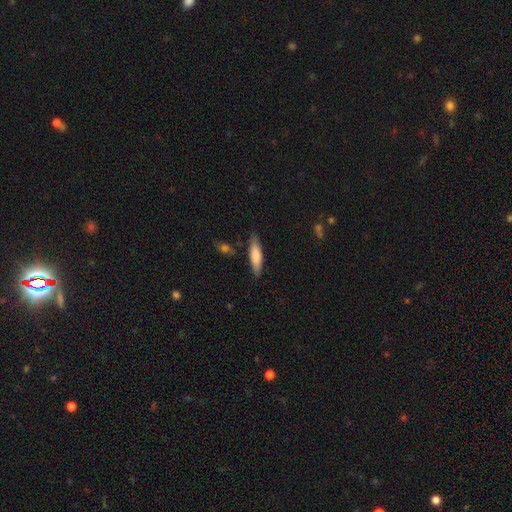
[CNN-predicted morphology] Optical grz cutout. It shows a smooth galaxy with no disk features (75%) that is cigar-shaped (72%). Merging: none (84%).